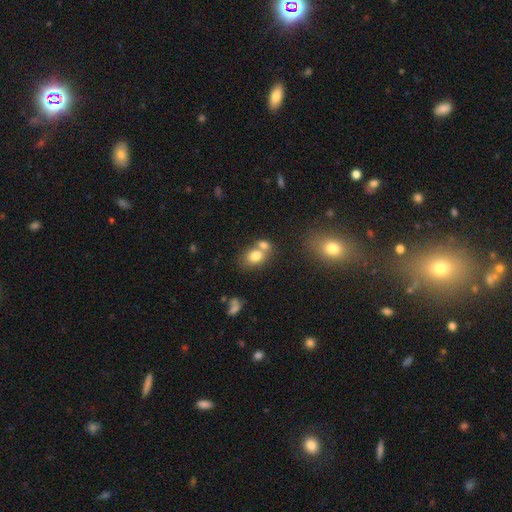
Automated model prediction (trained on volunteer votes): A smooth galaxy with no disk features (77%) that is in between round and cigar-shaped (68%).

Vote fractions:
- Smooth or featured? smooth: 77% / featured or disk: 14% / star or artifact: 10%
- How rounded? in between: 68% / round: 31% / cigar-shaped: 1%
- Merging? merger: 48% / none: 38% / minor disturbance: 10% / major disturbance: 4%